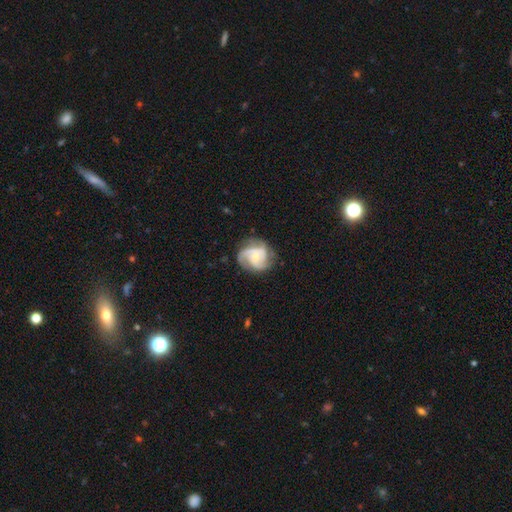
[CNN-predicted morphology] featured or disk 79%, smooth 15%, star or artifact 6%. Down the decision tree: edge-on disk — no (98%); bar — no (67%); spiral arms — yes (95%); spiral arm count — 3 (48%); spiral winding — medium (44%); bulge size — small (63%); merging — none (66%).